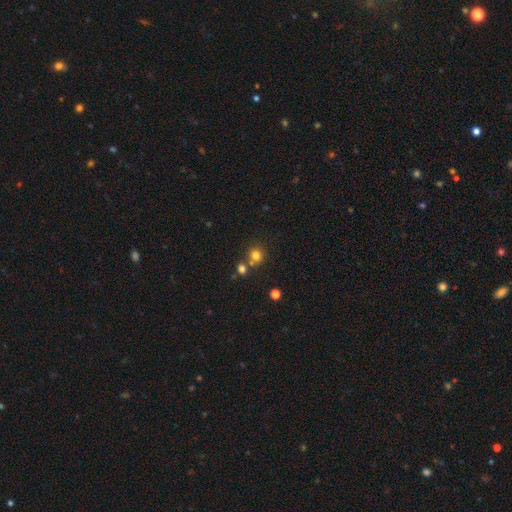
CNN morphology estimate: type=smooth (78%); roundness=round (86%); merging=none (66%).